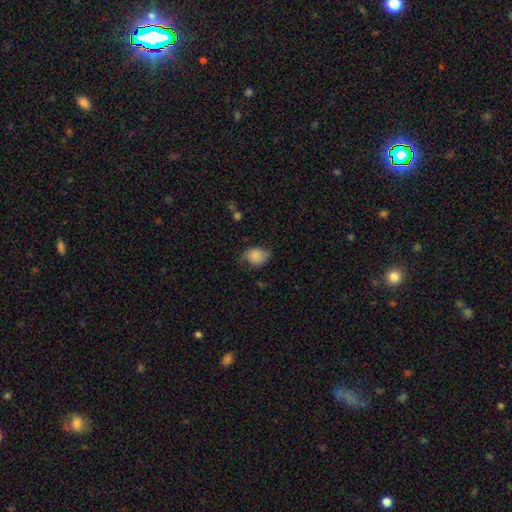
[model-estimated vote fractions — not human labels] smooth-or-featured: smooth: 80% | featured or disk: 11% | star or artifact: 8%
  how-rounded: in between: 64% | round: 35% | cigar-shaped: 1%
  merging: none: 53% | minor disturbance: 35% | major disturbance: 10% | merger: 2%